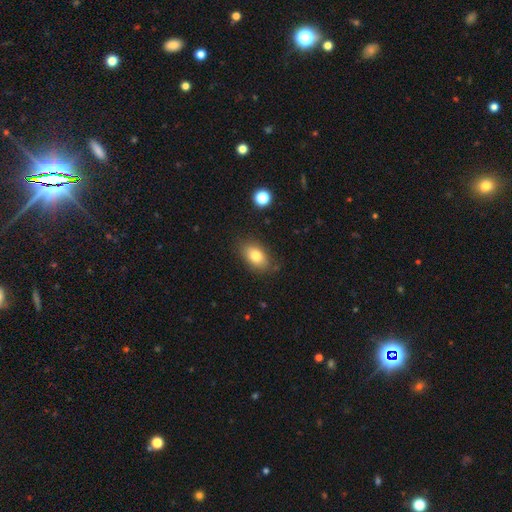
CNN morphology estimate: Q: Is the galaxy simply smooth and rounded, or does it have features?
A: smooth — 79%.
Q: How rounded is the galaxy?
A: in between — 88%.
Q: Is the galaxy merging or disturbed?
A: none — 81%.